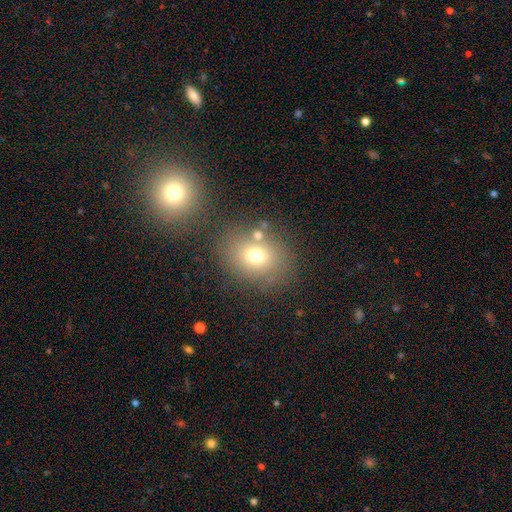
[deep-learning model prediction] This is likely a smooth galaxy (71%). How rounded: likely round (62%). Merging: likely none (71%).